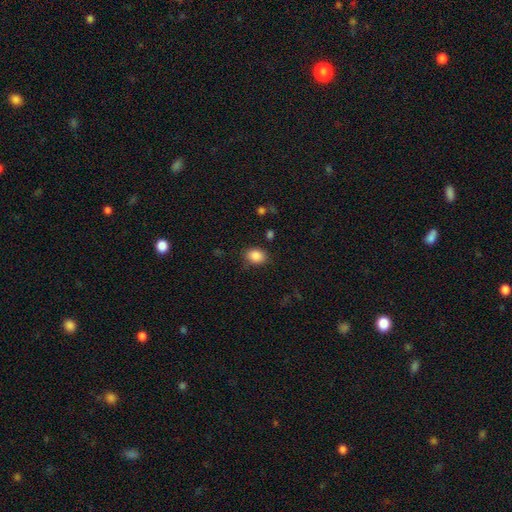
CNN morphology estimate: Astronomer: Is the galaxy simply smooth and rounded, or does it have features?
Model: smooth — 87%.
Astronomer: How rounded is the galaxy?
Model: in between — 58% (runner-up: round, 41%).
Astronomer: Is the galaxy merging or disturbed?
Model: none — 78%.